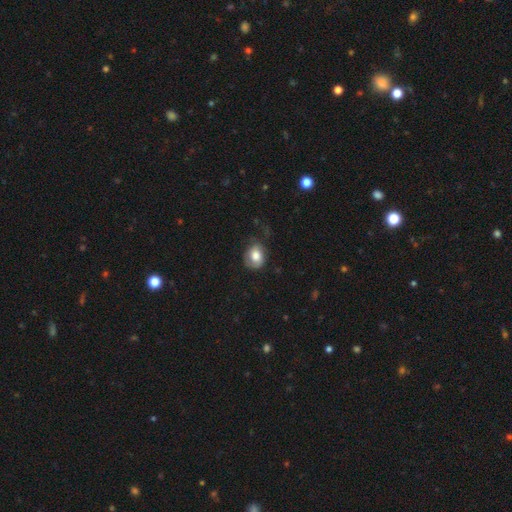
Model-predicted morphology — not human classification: Smooth or featured? smooth (73%)
How rounded? in between (50%)
Merging? none (56%)